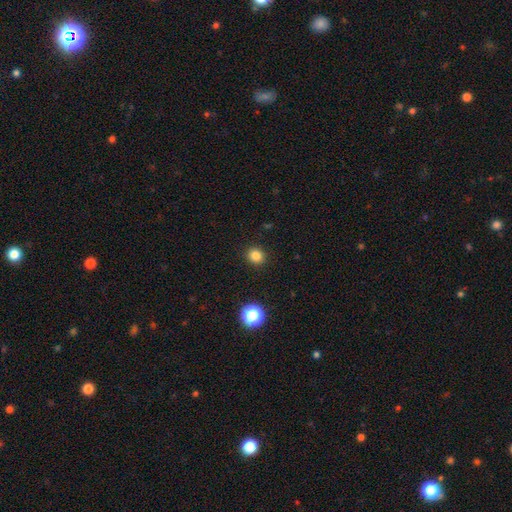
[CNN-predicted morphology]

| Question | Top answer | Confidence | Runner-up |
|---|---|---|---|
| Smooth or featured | smooth | 83% | star or artifact (13%) |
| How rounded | round | 82% | in between (17%) |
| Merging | none | 92% | minor disturbance (5%) |